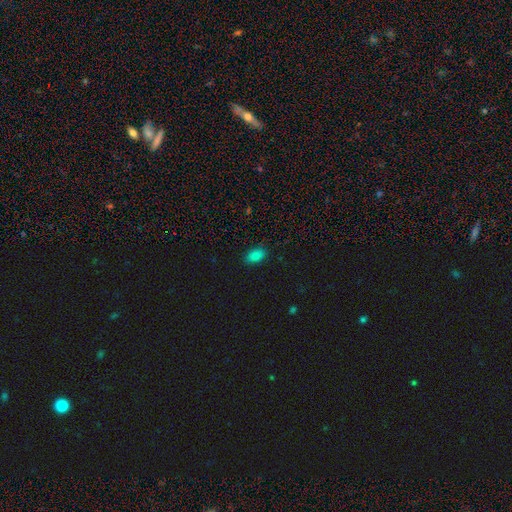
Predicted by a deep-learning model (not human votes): smooth 84%, star or artifact 12%, featured or disk 4%. Down the decision tree: how rounded — in between (91%); merging — none (87%).